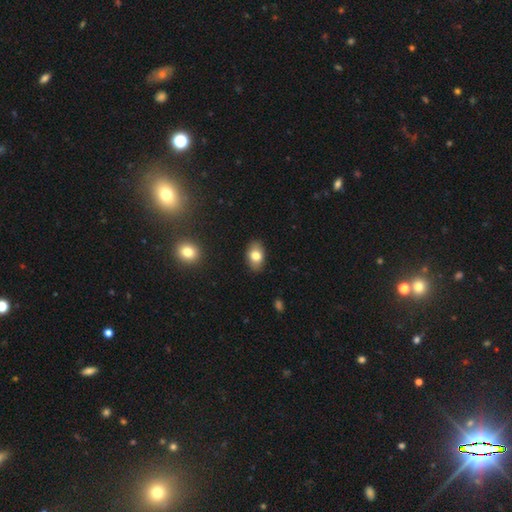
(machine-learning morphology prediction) Smooth or featured?
  - smooth: 79% *
  - featured or disk: 13%
  - star or artifact: 8%
How rounded?
  - in between: 86% *
  - round: 12%
  - cigar-shaped: 1%
Merging?
  - none: 87% *
  - minor disturbance: 10%
  - major disturbance: 2%
  - merger: 1%